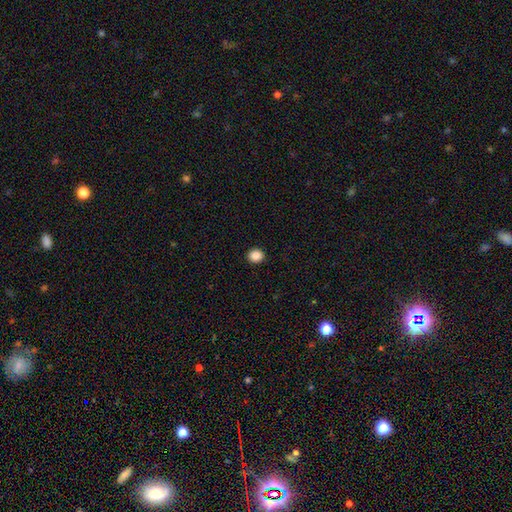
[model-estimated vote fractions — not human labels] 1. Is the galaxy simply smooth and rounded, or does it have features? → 87% smooth, 10% star or artifact, 3% featured or disk.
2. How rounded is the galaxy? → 81% round, 18% in between, 1% cigar-shaped.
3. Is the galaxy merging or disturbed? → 93% none, 5% minor disturbance, 2% major disturbance, 1% merger.